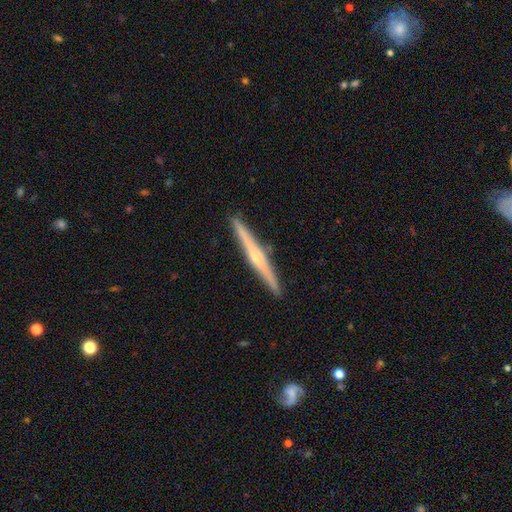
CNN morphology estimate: Smooth or featured?
  - featured or disk: 67% *
  - smooth: 27%
  - star or artifact: 5%
Edge-on disk?
  - yes: 98% *
  - no: 2%
Edge-on bulge?
  - rounded: 59% *
  - none: 33%
  - boxy: 8%
Merging?
  - none: 91% *
  - minor disturbance: 6%
  - merger: 1%
  - major disturbance: 1%